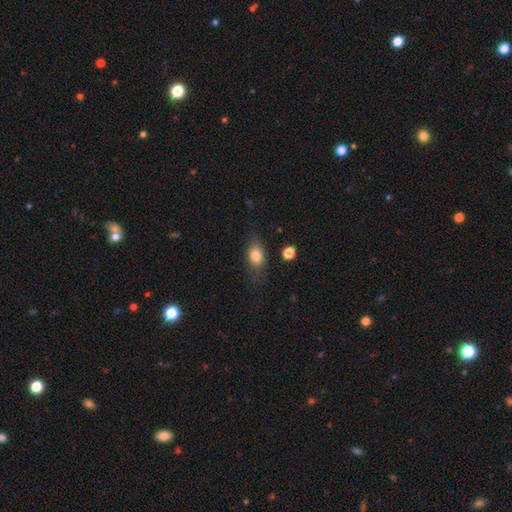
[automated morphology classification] smooth-or-featured: smooth: 80% | featured or disk: 11% | star or artifact: 9%
  how-rounded: in between: 74% | round: 22% | cigar-shaped: 4%
  merging: none: 72% | minor disturbance: 19% | major disturbance: 6% | merger: 2%